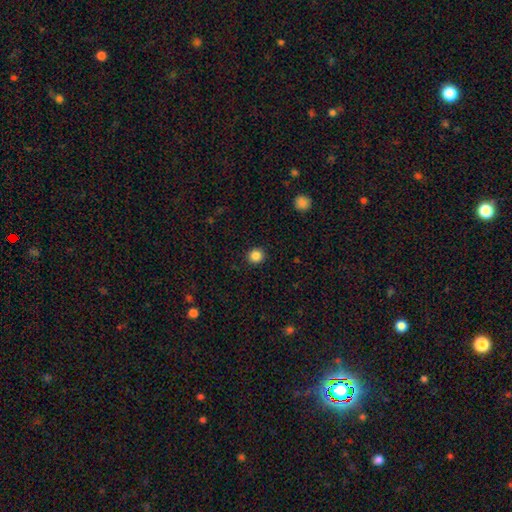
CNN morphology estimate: This appears to be a smooth galaxy with no disk features (86%) that is round (91%). Merging: none (92%).